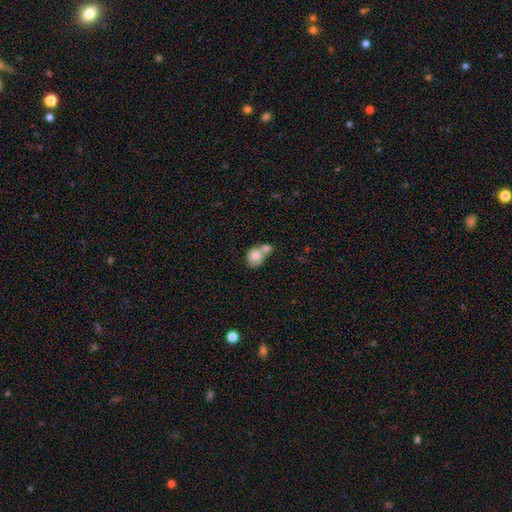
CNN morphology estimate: Smooth or featured? Predicted: smooth (p=0.80). How rounded? Predicted: round (p=0.54). Merging? Predicted: merger (p=0.58).